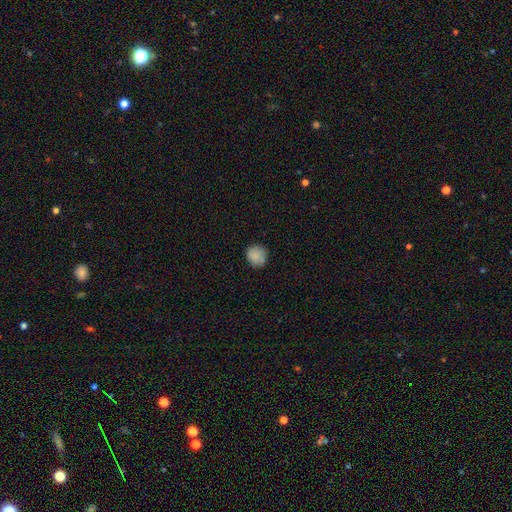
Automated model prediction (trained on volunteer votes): This is clearly a smooth galaxy (85%). How rounded: clearly round (87%). Merging: clearly none (80%).